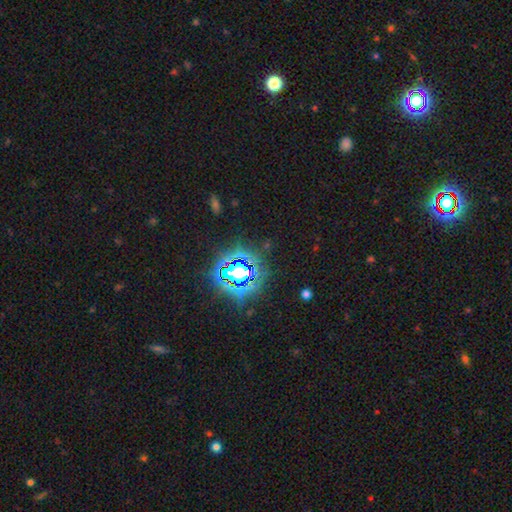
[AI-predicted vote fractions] Smooth or featured? star or artifact (79%)